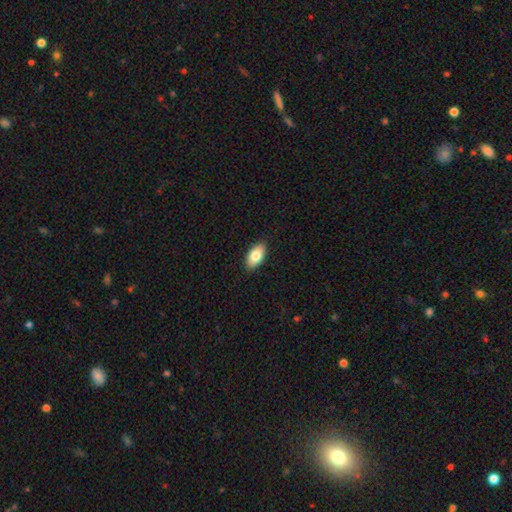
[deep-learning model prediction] Smooth or featured: smooth — 82% (featured or disk — 12%)
How rounded: in between — 93% (cigar-shaped — 4%)
Merging: none — 89% (minor disturbance — 8%)